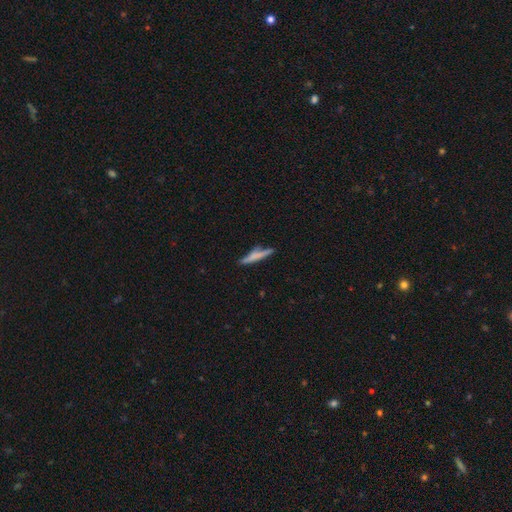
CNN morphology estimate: smooth-or-featured: smooth: 59% | featured or disk: 35% | star or artifact: 7%
  how-rounded: cigar-shaped: 91% | in between: 7% | round: 2%
  merging: none: 72% | minor disturbance: 17% | merger: 6% | major disturbance: 4%